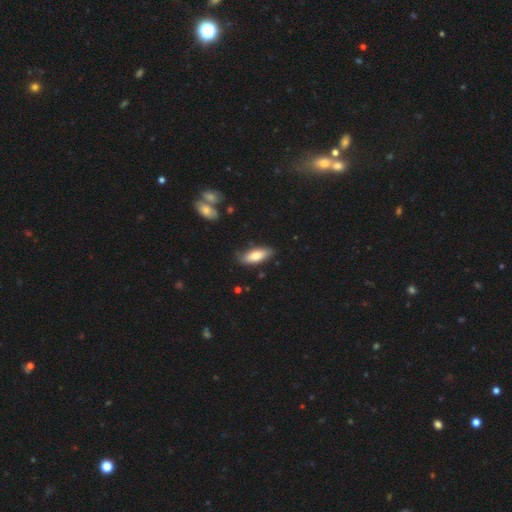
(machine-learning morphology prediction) Q: Smooth or featured?
A: smooth (77%); runner-up: featured or disk (17%)
Q: How rounded?
A: in between (73%); runner-up: cigar-shaped (25%)
Q: Merging?
A: none (80%); runner-up: minor disturbance (16%)